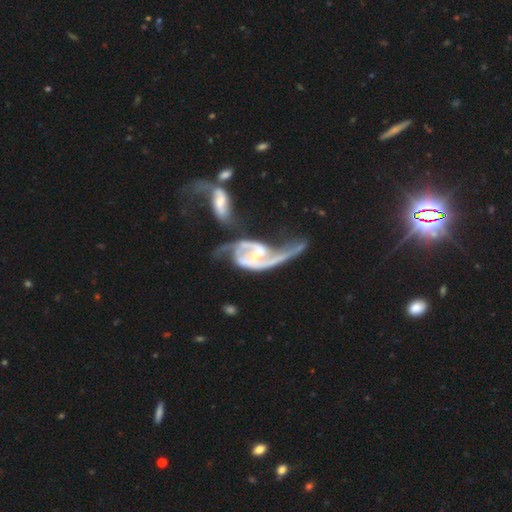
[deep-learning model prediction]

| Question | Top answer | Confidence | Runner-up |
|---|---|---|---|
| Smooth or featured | featured or disk | 91% | smooth (4%) |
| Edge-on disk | no | 96% | yes (4%) |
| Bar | strong | 43% | weak (41%) |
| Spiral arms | yes | 95% | no (5%) |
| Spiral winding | loose | 56% | medium (34%) |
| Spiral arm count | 2 | 86% | 1 (6%) |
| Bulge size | small | 51% | moderate (24%) |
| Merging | merger | 37% | major disturbance (28%) |